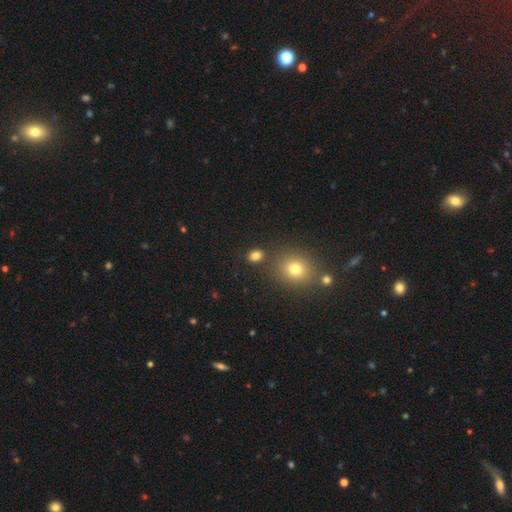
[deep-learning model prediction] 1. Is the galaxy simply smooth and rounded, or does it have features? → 79% smooth, 15% star or artifact, 5% featured or disk.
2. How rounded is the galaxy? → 51% round, 48% in between, 1% cigar-shaped.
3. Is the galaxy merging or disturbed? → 77% none, 10% minor disturbance, 9% merger, 4% major disturbance.